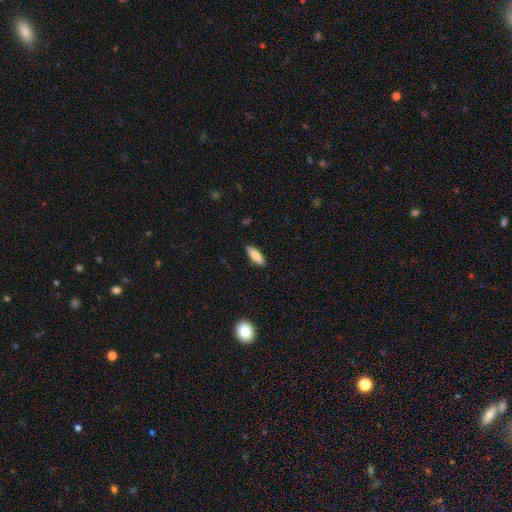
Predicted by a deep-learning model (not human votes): smooth 82%, featured or disk 11%, star or artifact 6%. Down the decision tree: how rounded — in between (51%); merging — none (88%).